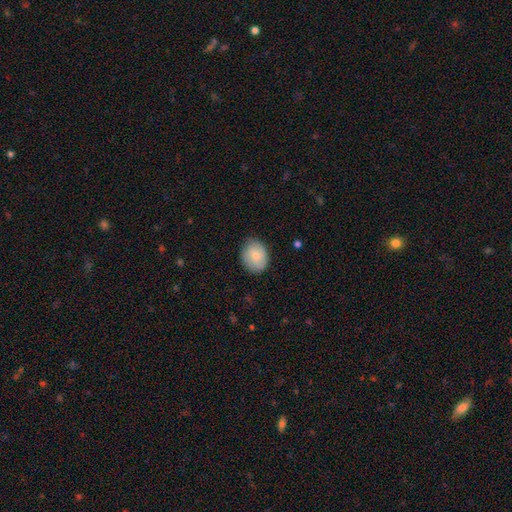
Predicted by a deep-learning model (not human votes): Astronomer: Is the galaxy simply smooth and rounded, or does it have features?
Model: smooth — 81%.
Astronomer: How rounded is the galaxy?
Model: in between — 50% (runner-up: round, 49%).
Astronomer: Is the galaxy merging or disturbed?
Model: none — 79%.